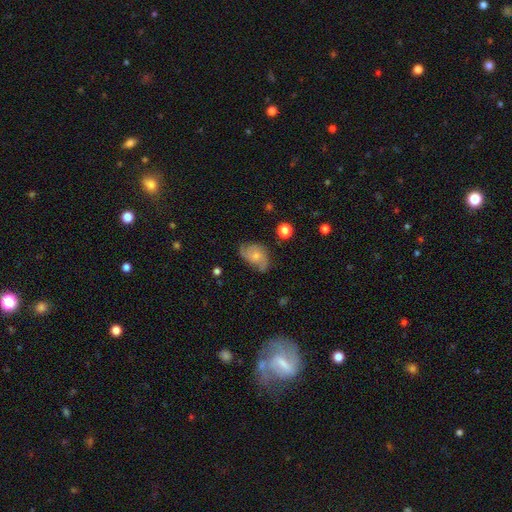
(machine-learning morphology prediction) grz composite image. It shows a featured or disk galaxy (56%) with no bar (78%), spiral arms (86%) and a small central bulge (62%). Merging: none (53%).